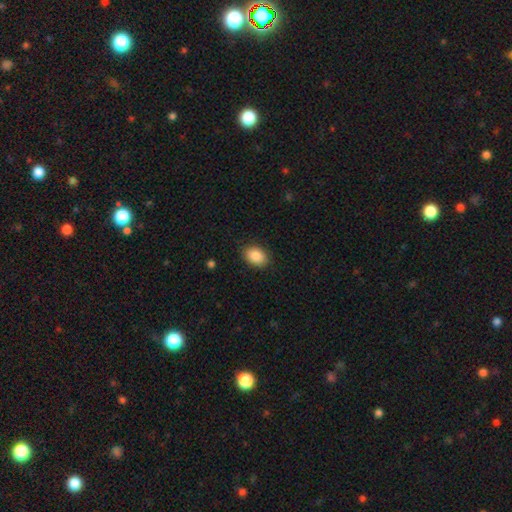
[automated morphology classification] A smooth galaxy with no disk features (89%) that is in between round and cigar-shaped (80%).

Vote fractions:
- Smooth or featured? smooth: 89% / star or artifact: 7% / featured or disk: 4%
- How rounded? in between: 80% / round: 19% / cigar-shaped: 1%
- Merging? none: 88% / minor disturbance: 9% / major disturbance: 2% / merger: 1%